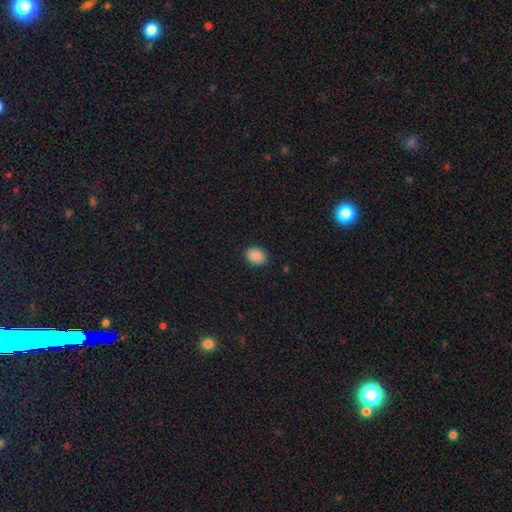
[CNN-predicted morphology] This is clearly a smooth galaxy (89%). How rounded: likely in between (72%). Merging: clearly none (90%).